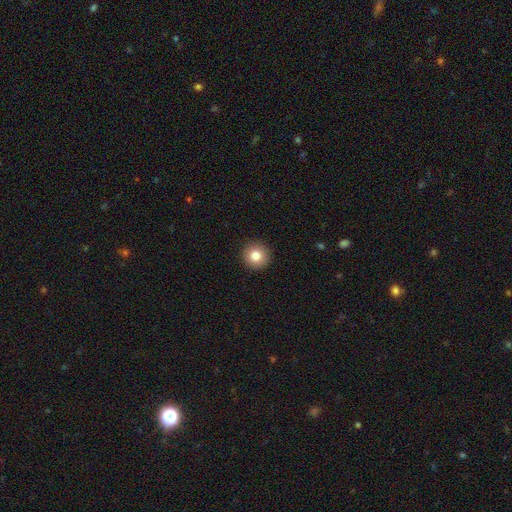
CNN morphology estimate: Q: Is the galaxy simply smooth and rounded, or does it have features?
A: smooth — 82%.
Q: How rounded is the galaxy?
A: round — 96%.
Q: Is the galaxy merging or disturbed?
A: none — 93%.